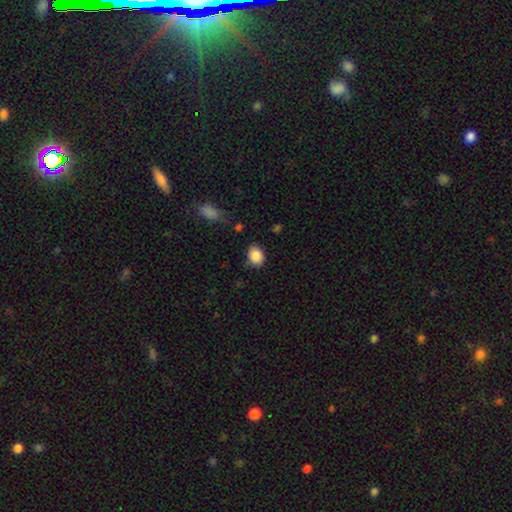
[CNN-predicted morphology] Smooth or featured? Predicted: smooth (p=0.88). How rounded? Predicted: in between (p=0.60). Merging? Predicted: none (p=0.77).